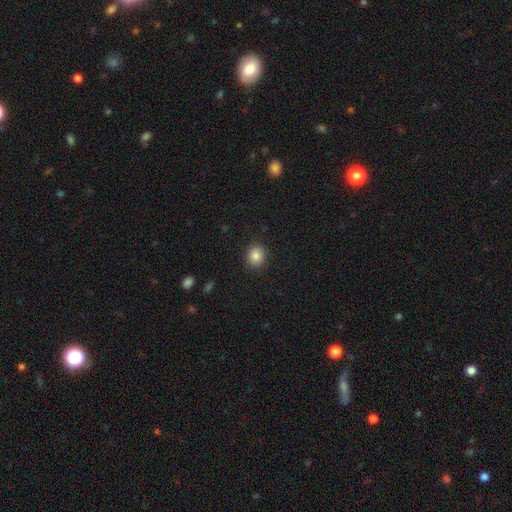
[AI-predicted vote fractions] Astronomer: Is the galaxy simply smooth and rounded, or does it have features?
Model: smooth — 85%.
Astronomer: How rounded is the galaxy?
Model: round — 81%.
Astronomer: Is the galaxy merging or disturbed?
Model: none — 88%.